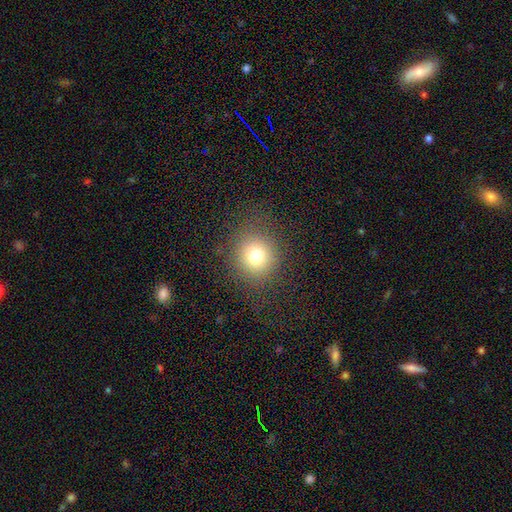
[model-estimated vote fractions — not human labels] Overall: smooth (76%). How rounded: round (90%). Merging: none (85%).